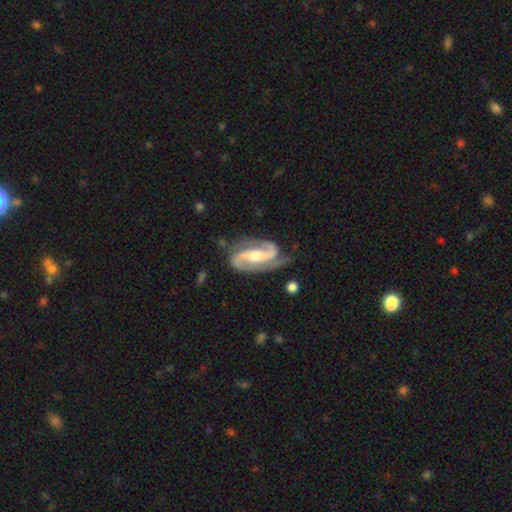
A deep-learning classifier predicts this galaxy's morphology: featured or disk 93%, star or artifact 4%, smooth 4%. Down the decision tree: edge-on disk — no (97%); bar — strong (47%); spiral arms — yes (98%); spiral arm count — 2 (94%); spiral winding — medium (54%); bulge size — moderate (59%); merging — none (75%).